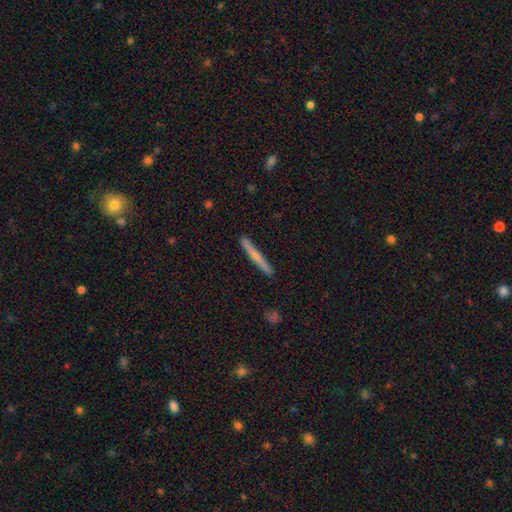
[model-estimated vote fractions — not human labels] smooth-or-featured: smooth: 49% | featured or disk: 45% | star or artifact: 6%
  merging: none: 90% | minor disturbance: 8% | major disturbance: 1% | merger: 1%